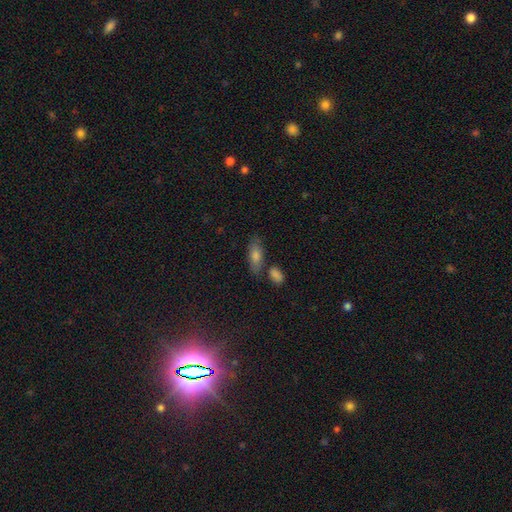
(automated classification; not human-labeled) smooth_or_featured: smooth (p=0.71) [alt: featured or disk p=0.18]
how_rounded: in between (p=0.74) [alt: cigar-shaped p=0.22]
merging: none (p=0.70) [alt: minor disturbance p=0.14]